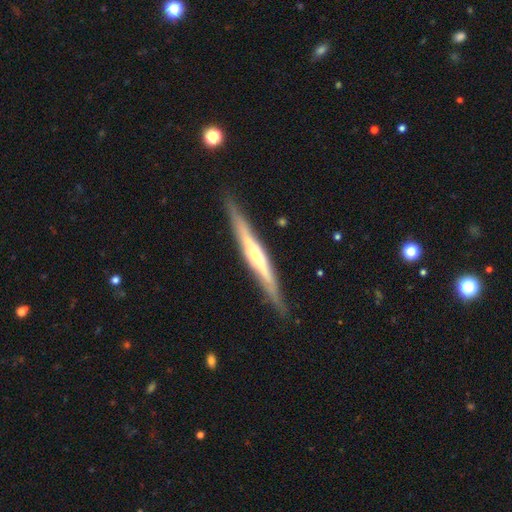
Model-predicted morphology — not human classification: Smooth or featured? featured or disk (72%)
Edge-on disk? yes (96%)
Edge-on bulge? rounded (63%)
Merging? none (87%)